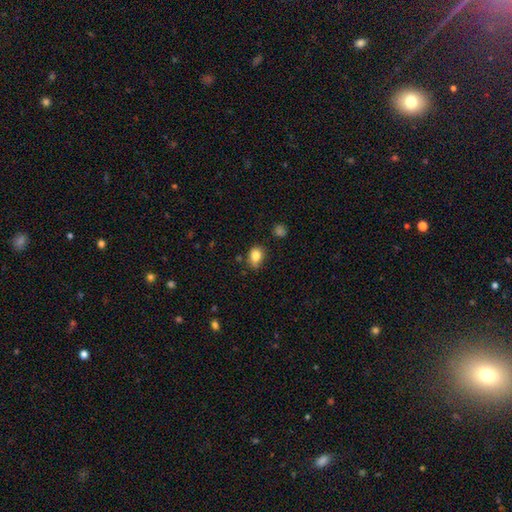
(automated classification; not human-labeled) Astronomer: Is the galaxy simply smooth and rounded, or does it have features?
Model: smooth — 84%.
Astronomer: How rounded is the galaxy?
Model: in between — 65%.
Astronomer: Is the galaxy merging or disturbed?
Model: none — 70%.